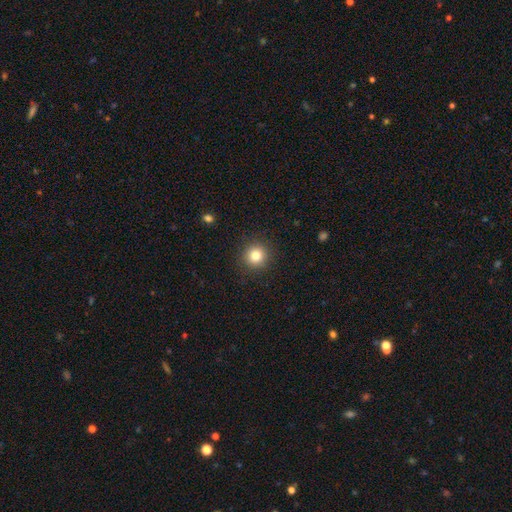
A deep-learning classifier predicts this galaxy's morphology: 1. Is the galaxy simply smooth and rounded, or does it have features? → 82% smooth, 12% star or artifact, 7% featured or disk.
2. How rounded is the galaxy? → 94% round, 5% in between, 1% cigar-shaped.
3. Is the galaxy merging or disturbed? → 91% none, 6% minor disturbance, 2% major disturbance, 1% merger.